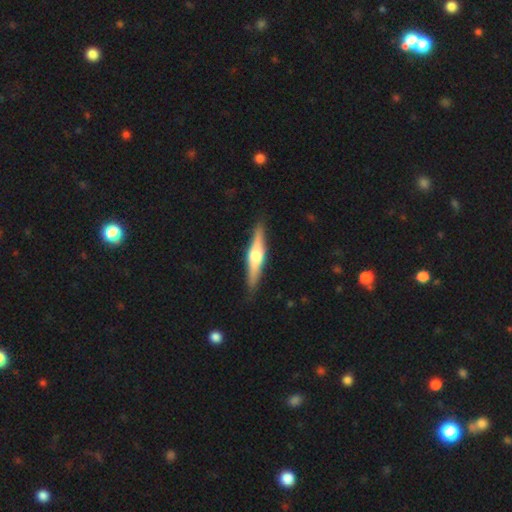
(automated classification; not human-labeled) This appears to be a featured or disk galaxy (67%) viewed edge-on (96%) with a rounded central bulge (88%). Merging: none (88%).